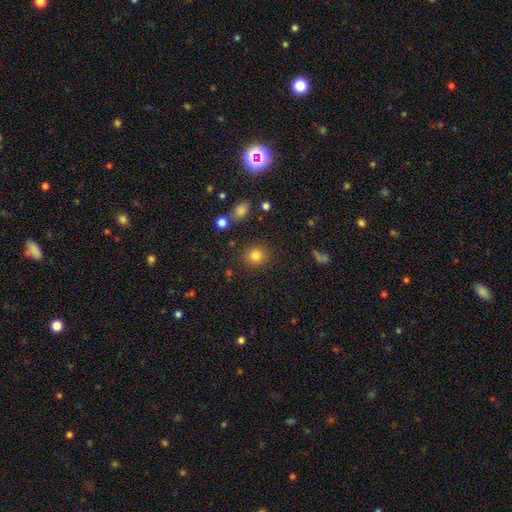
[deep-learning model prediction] Morphology: type=smooth (82%); roundness=round (83%); merging=none (87%).